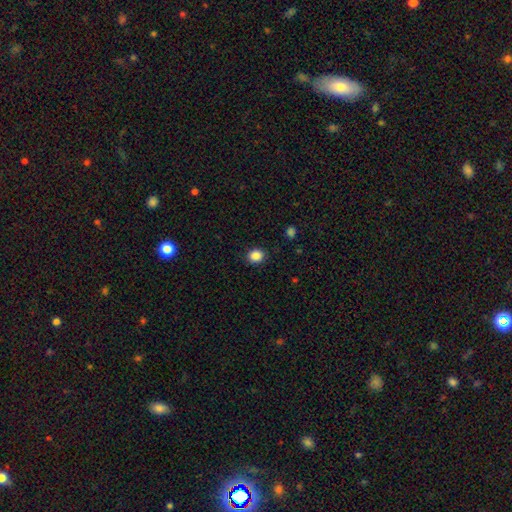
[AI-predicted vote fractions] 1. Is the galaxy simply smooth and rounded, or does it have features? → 87% smooth, 10% star or artifact, 3% featured or disk.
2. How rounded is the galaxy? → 69% round, 30% in between, 1% cigar-shaped.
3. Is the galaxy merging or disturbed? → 90% none, 7% minor disturbance, 2% major disturbance, 1% merger.